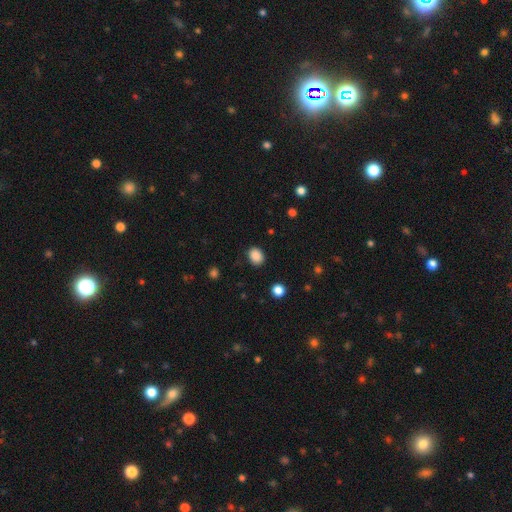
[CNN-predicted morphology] Q: Smooth or featured?
A: smooth (88%); runner-up: star or artifact (9%)
Q: How rounded?
A: in between (51%); runner-up: round (48%)
Q: Merging?
A: none (87%); runner-up: minor disturbance (9%)